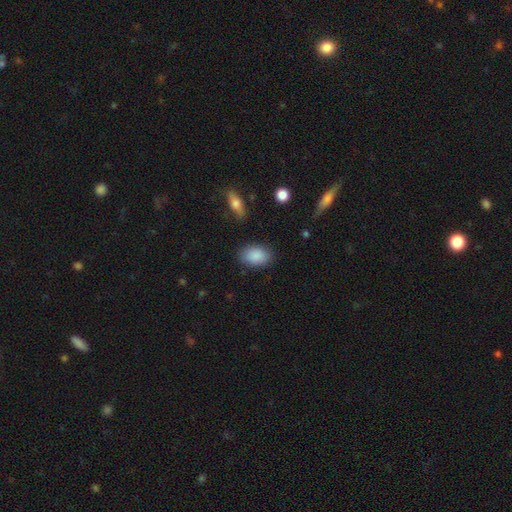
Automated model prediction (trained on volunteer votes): This is clearly a smooth galaxy (89%). How rounded: clearly in between (88%). Merging: clearly none (84%).